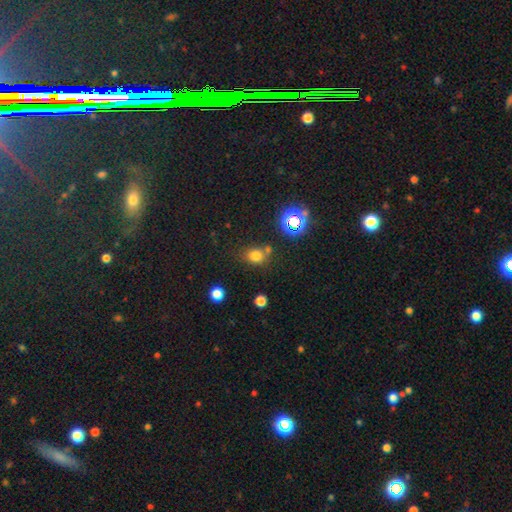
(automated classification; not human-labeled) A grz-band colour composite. It shows a smooth galaxy with no disk features (72%) that is round (60%). Merging: none (65%).